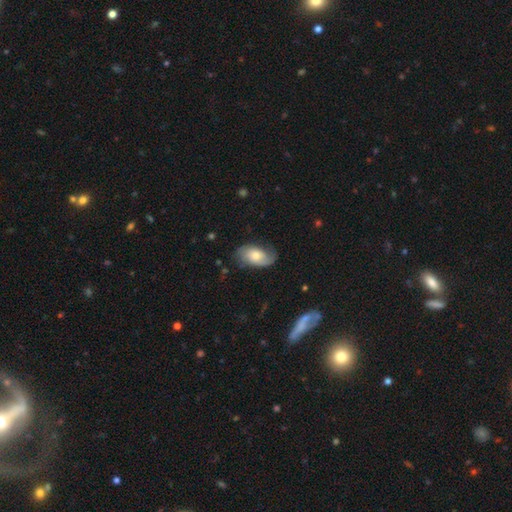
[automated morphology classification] A featured or disk galaxy (49%).

Vote fractions:
- Smooth or featured? featured or disk: 49% / smooth: 44% / star or artifact: 7%
- Merging? none: 63% / minor disturbance: 24% / major disturbance: 11% / merger: 2%